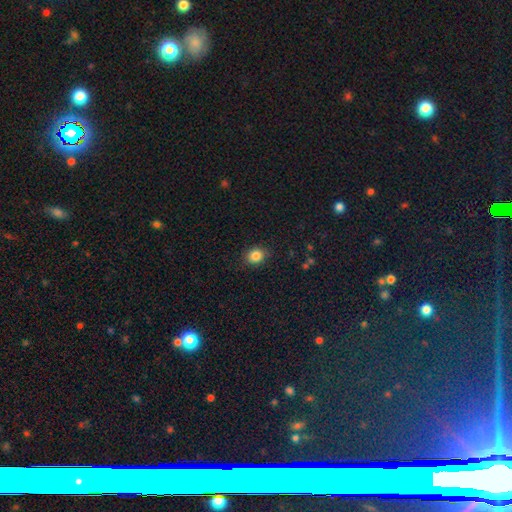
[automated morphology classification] This appears to be a smooth galaxy with no disk features (85%) that is round (66%). Merging: none (86%).